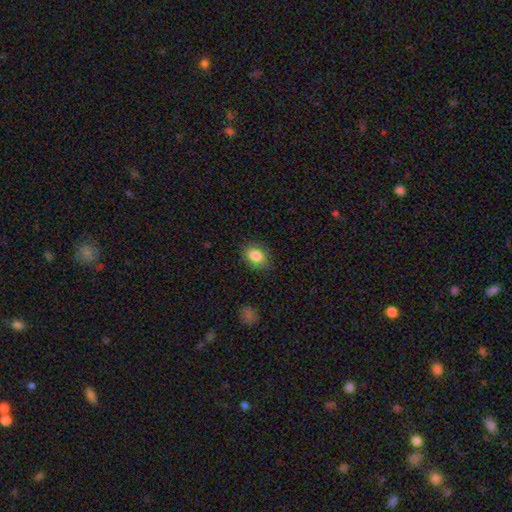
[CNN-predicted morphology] Overall: smooth (84%). How rounded: in between (67%; round 31%). Merging: none (84%).